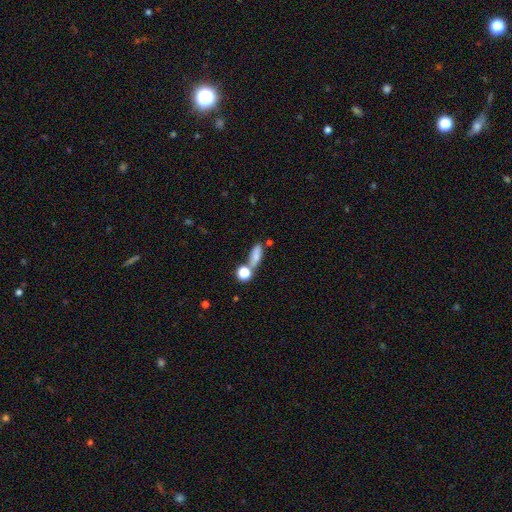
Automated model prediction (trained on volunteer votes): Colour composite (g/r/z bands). It shows a smooth galaxy with no disk features (75%) that is in between round and cigar-shaped (52%). Merging: none (53%).